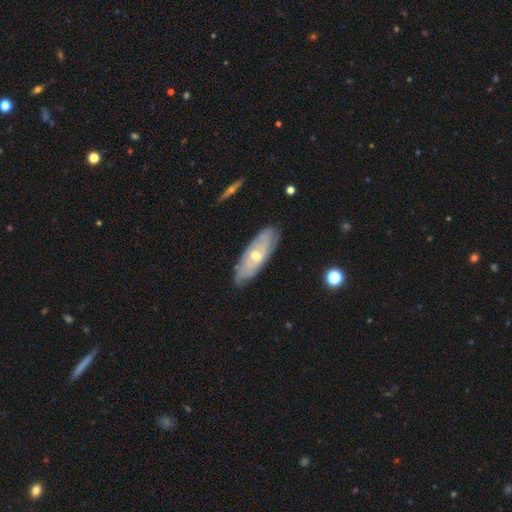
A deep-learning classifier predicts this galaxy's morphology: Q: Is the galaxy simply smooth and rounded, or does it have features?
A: featured or disk — 62%.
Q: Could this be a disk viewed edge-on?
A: no — 74%.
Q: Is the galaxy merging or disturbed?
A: none — 81%.